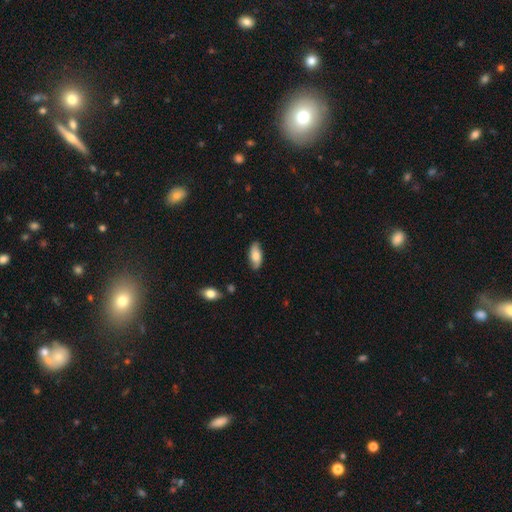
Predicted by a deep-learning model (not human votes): A smooth galaxy with no disk features (69%) that is in between round and cigar-shaped (86%). Merging: none (82%).